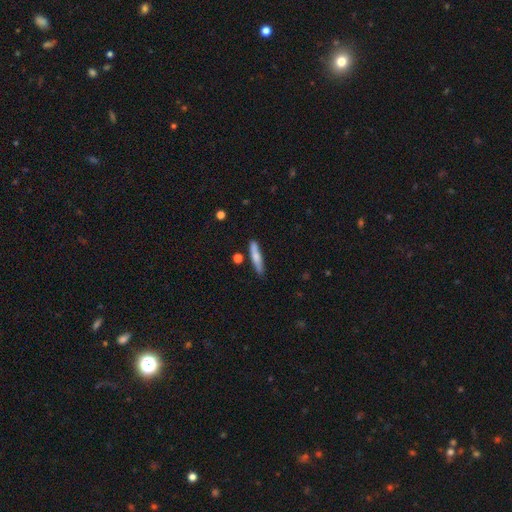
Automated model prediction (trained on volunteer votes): Smooth or featured: smooth — 70% (featured or disk — 24%)
How rounded: cigar-shaped — 88% (in between — 11%)
Merging: none — 78% (minor disturbance — 15%)